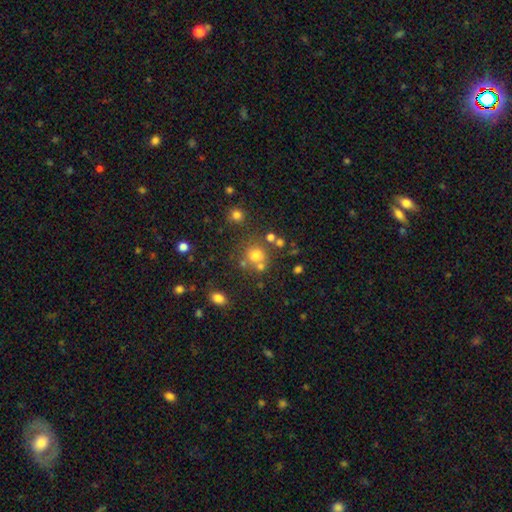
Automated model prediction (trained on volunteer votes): Smooth or featured? Predicted: smooth (p=0.68). How rounded? Predicted: round (p=0.83). Merging? Predicted: none (p=0.58).